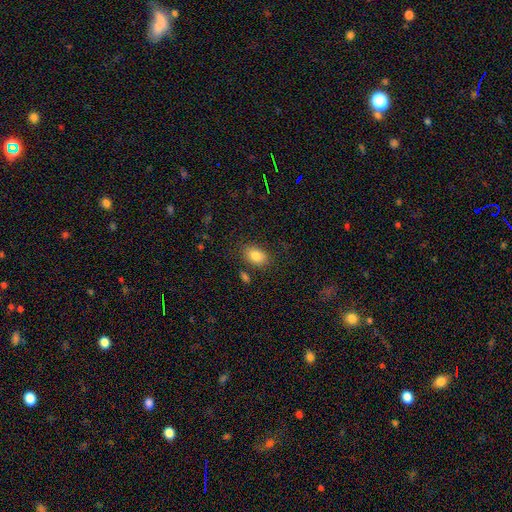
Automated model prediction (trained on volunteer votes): Smooth or featured? Predicted: smooth (p=0.84). How rounded? Predicted: in between (p=0.84). Merging? Predicted: none (p=0.81).